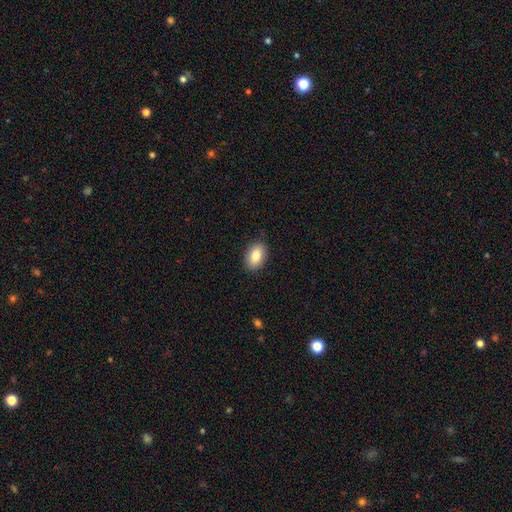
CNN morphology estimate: Smooth or featured?
  - smooth: 84% *
  - featured or disk: 8%
  - star or artifact: 7%
How rounded?
  - in between: 88% *
  - round: 10%
  - cigar-shaped: 2%
Merging?
  - none: 88% *
  - minor disturbance: 9%
  - major disturbance: 2%
  - merger: 1%